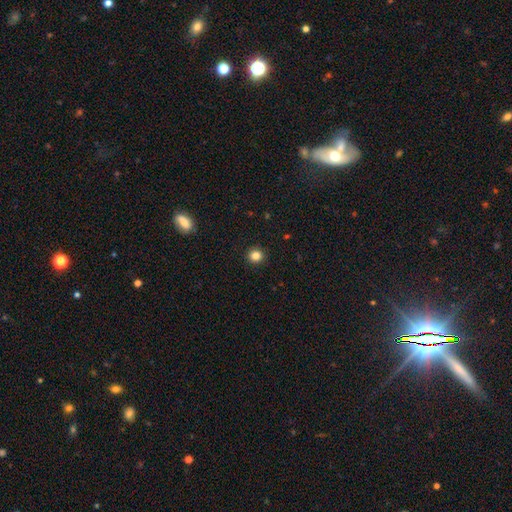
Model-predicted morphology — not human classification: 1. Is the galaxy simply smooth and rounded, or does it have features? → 84% smooth, 12% star or artifact, 5% featured or disk.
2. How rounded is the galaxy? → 92% round, 7% in between, 1% cigar-shaped.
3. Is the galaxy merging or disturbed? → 93% none, 5% minor disturbance, 2% major disturbance, 1% merger.